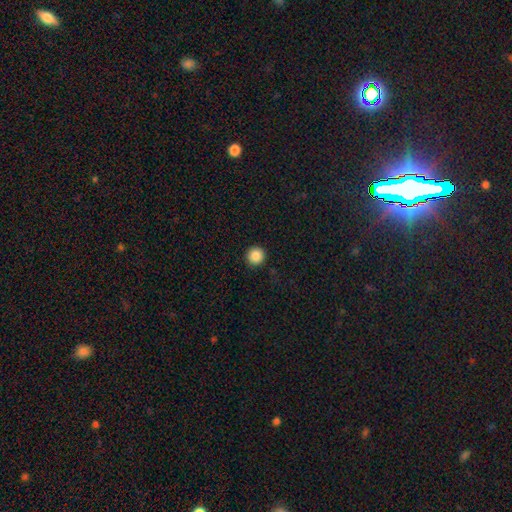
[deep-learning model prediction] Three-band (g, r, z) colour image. It shows a smooth galaxy with no disk features (87%) that is round (95%). Merging: none (93%).